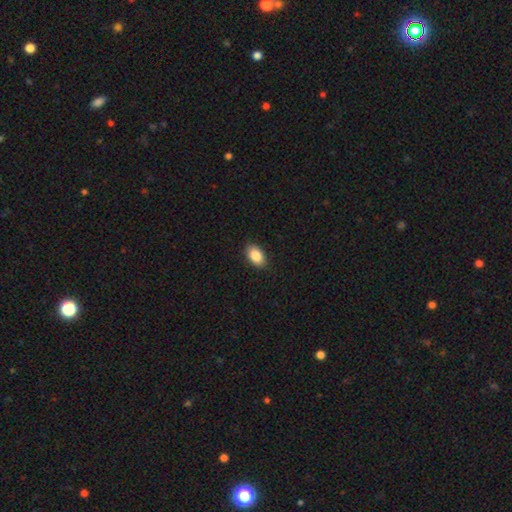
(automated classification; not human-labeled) This is clearly a smooth galaxy (88%). How rounded: clearly in between (92%). Merging: clearly none (89%).